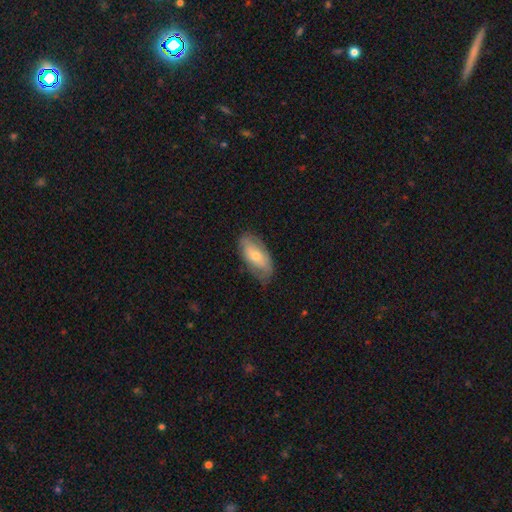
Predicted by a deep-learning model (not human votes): A smooth galaxy with no disk features (54%) that is in between round and cigar-shaped (89%). Merging: none (68%).